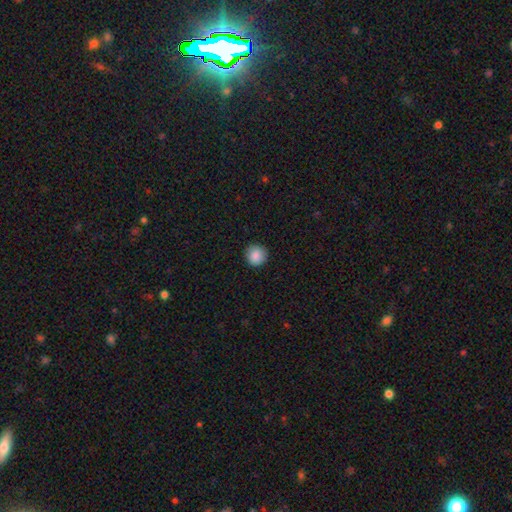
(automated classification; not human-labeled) A smooth galaxy with no disk features (88%) that is round (94%). Merging: none (90%).